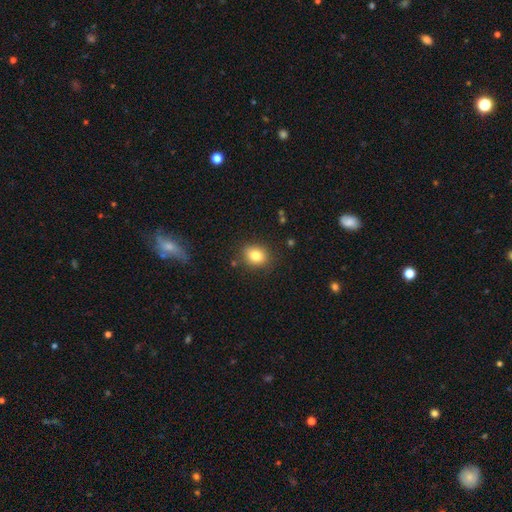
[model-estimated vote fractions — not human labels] Morphology: type=smooth (81%); roundness=round (55%); merging=none (83%).